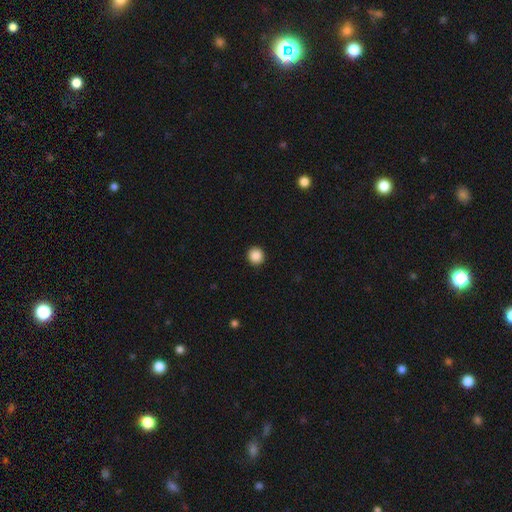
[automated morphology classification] Smooth or featured?
  - smooth: 88% *
  - star or artifact: 10%
  - featured or disk: 3%
How rounded?
  - round: 93% *
  - in between: 6%
  - cigar-shaped: 1%
Merging?
  - none: 93% *
  - minor disturbance: 4%
  - major disturbance: 2%
  - merger: 1%